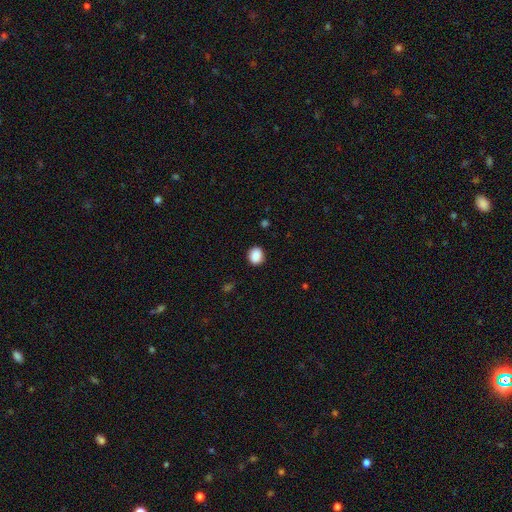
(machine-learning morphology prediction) smooth 89%, star or artifact 8%, featured or disk 3%. Down the decision tree: how rounded — round (64%); merging — none (88%).